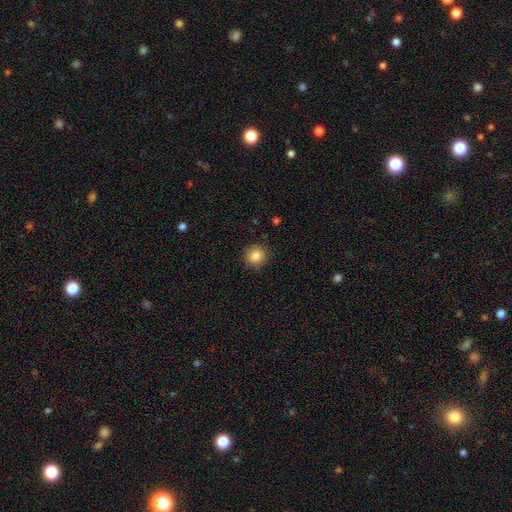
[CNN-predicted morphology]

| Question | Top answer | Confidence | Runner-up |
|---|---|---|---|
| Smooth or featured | smooth | 85% | star or artifact (10%) |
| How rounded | round | 93% | in between (6%) |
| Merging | none | 89% | minor disturbance (8%) |